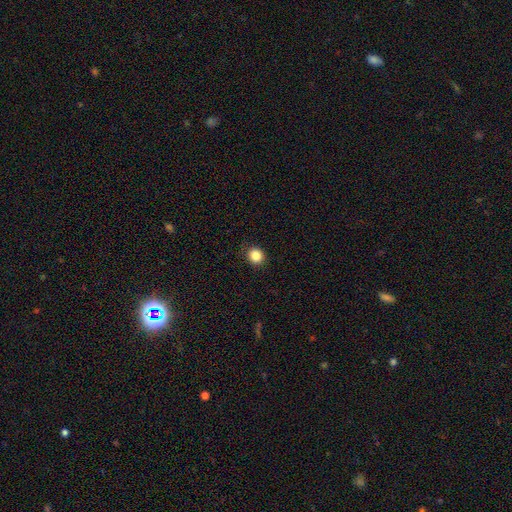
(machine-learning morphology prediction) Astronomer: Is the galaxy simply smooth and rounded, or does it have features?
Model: smooth — 86%.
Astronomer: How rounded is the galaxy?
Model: round — 84%.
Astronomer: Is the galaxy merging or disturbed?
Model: none — 90%.